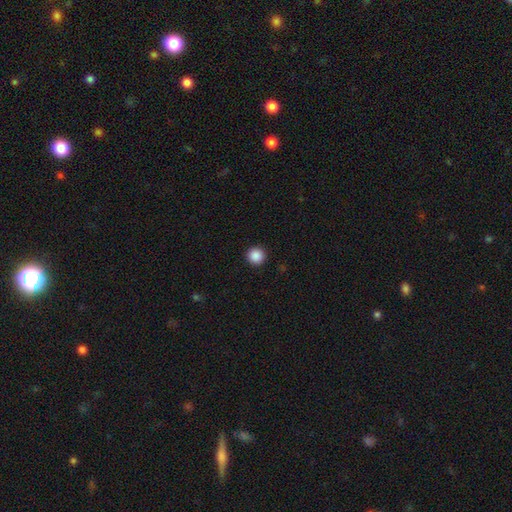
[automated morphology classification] Smooth or featured: smooth — 88% (star or artifact — 10%)
How rounded: round — 96% (in between — 3%)
Merging: none — 93% (minor disturbance — 4%)